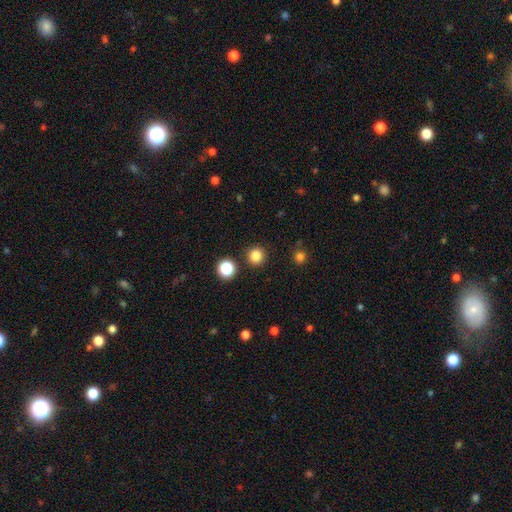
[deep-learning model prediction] smooth-or-featured: smooth: 84% | star or artifact: 13% | featured or disk: 3%
  how-rounded: round: 95% | in between: 4% | cigar-shaped: 1%
  merging: none: 91% | minor disturbance: 5% | merger: 2% | major disturbance: 2%